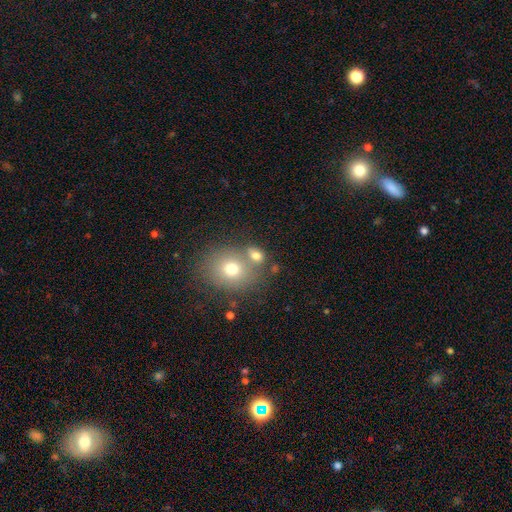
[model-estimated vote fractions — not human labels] A smooth galaxy with no disk features (73%) that is round (49%, tied with in between). Merging: none (47%).